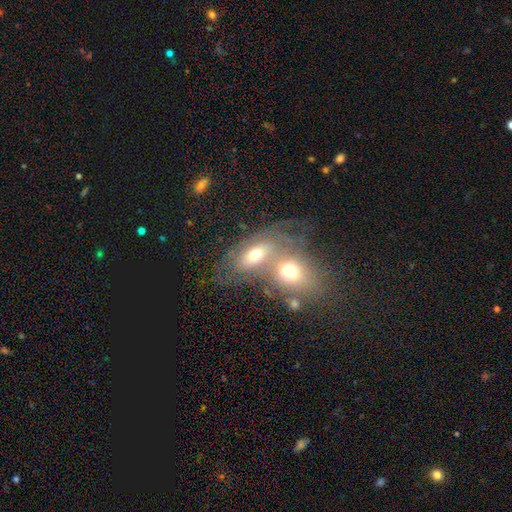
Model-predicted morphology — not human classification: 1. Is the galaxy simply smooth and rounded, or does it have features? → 51% smooth, 38% featured or disk, 11% star or artifact.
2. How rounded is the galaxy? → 79% in between, 18% round, 4% cigar-shaped.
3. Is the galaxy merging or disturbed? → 68% merger, 17% none, 8% major disturbance, 7% minor disturbance.